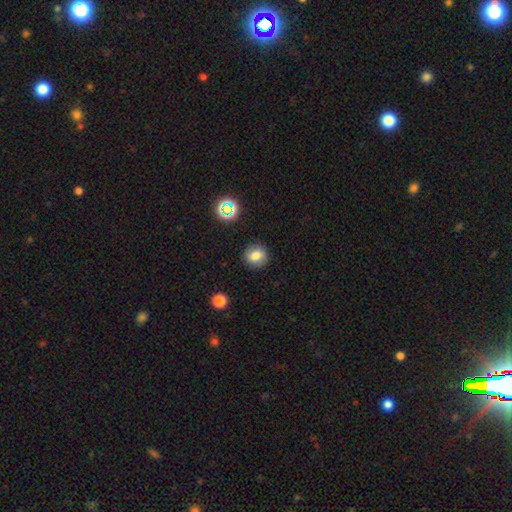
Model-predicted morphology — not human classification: Q: Smooth or featured?
A: smooth (76%); runner-up: star or artifact (14%)
Q: How rounded?
A: round (83%); runner-up: in between (16%)
Q: Merging?
A: none (88%); runner-up: minor disturbance (8%)